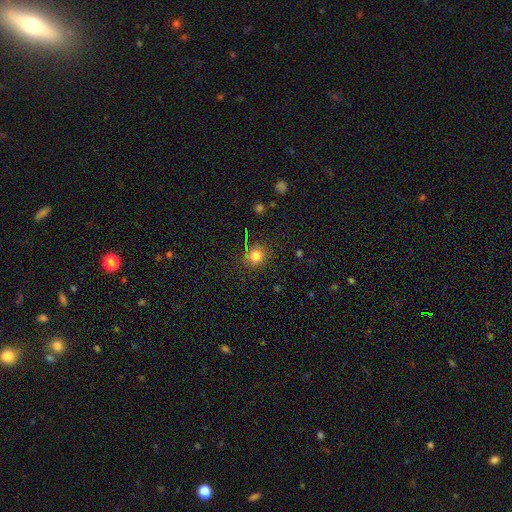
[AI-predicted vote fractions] Overall: smooth (78%). How rounded: round (86%). Merging: none (86%).